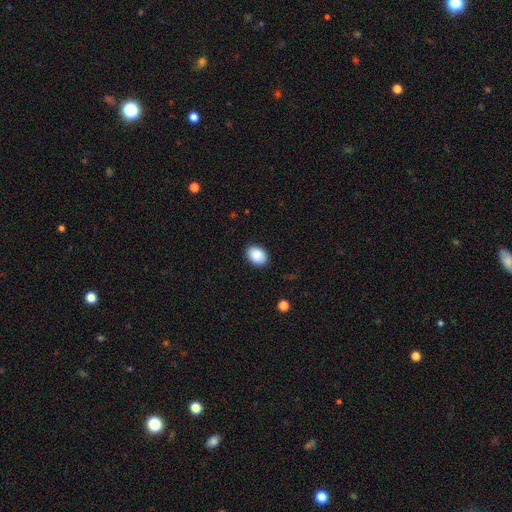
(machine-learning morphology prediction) Smooth or featured: smooth — 89% (star or artifact — 7%)
How rounded: in between — 79% (round — 20%)
Merging: none — 88% (minor disturbance — 9%)